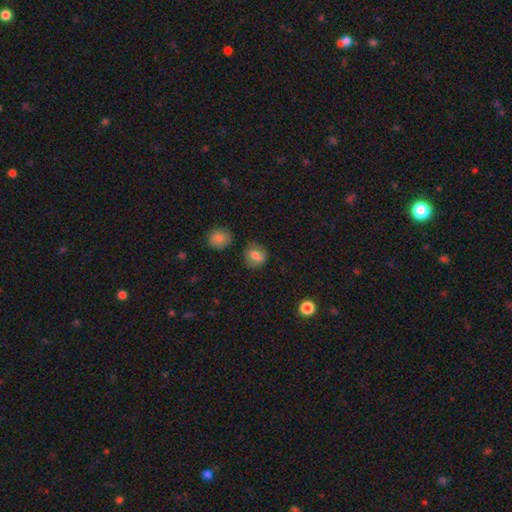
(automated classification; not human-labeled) The model was most divided on "how rounded": round: 68%, in between: 30%, cigar-shaped: 1%. More confident: smooth or featured — smooth (78%); merging — none (76%).